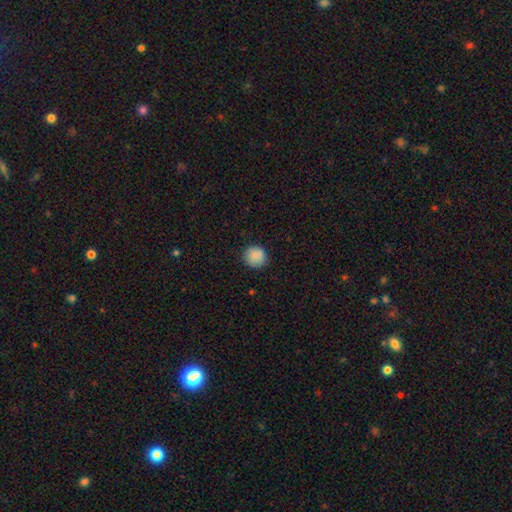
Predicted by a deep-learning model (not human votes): A smooth galaxy with no disk features (88%) that is round (89%).

Vote fractions:
- Smooth or featured? smooth: 88% / star or artifact: 8% / featured or disk: 4%
- How rounded? round: 89% / in between: 10% / cigar-shaped: 1%
- Merging? none: 87% / minor disturbance: 9% / major disturbance: 2% / merger: 1%